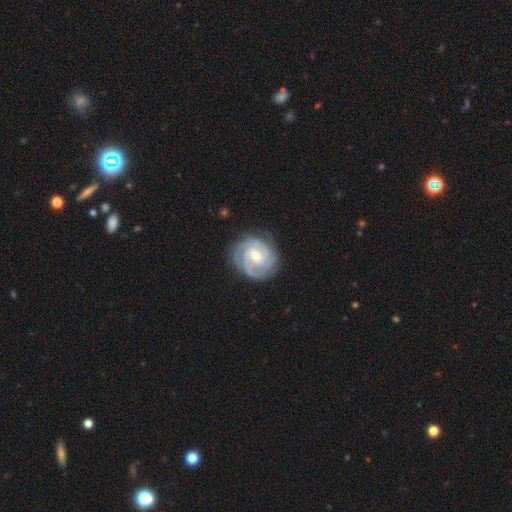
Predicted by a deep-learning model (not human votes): Smooth or featured: featured or disk — 87% (smooth — 8%)
Edge-on disk: no — 98% (yes — 2%)
Bar: no — 51% (weak — 41%)
Spiral arms: yes — 97% (no — 3%)
Spiral winding: tight — 72% (medium — 24%)
Spiral arm count: 3 — 38% (2 — 24%)
Bulge size: small — 54% (moderate — 42%)
Merging: none — 80% (minor disturbance — 15%)